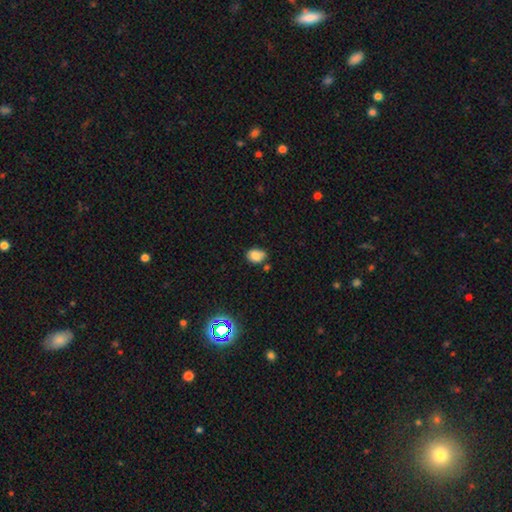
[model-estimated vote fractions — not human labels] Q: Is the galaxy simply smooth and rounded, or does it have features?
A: smooth — 82%.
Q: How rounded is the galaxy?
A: in between — 68%.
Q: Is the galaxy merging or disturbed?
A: none — 60%.